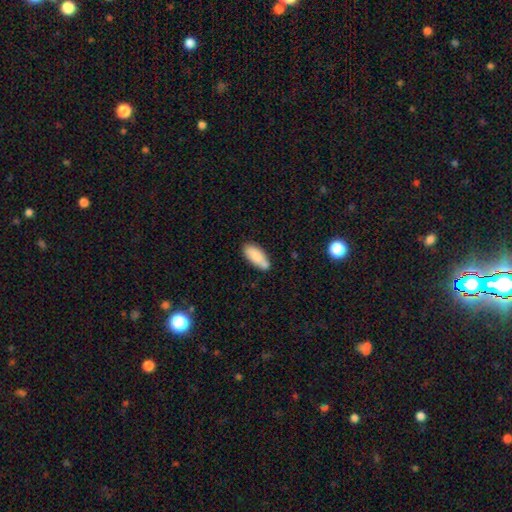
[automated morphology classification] This appears to be a smooth galaxy with no disk features (81%) that is in between round and cigar-shaped (83%). Merging: none (64%).